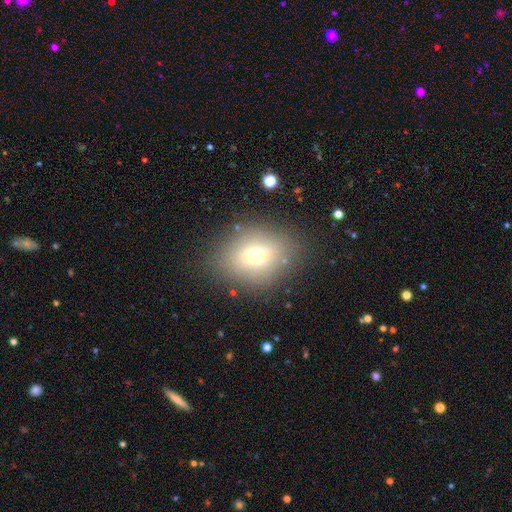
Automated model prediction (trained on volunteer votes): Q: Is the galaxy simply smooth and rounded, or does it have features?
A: smooth — 69%.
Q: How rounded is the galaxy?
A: in between — 68%.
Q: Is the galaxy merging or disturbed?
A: none — 81%.